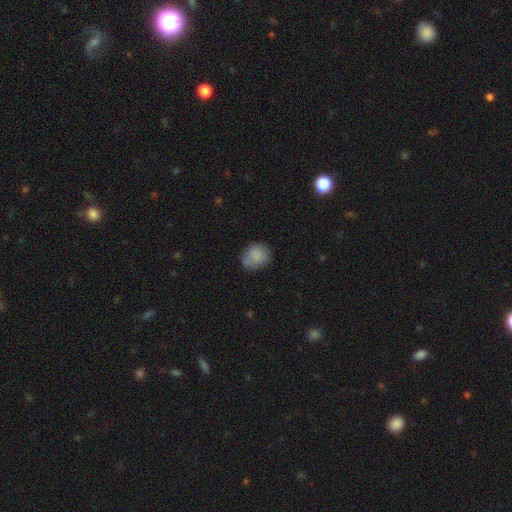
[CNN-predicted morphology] A smooth galaxy with no disk features (84%) that is round (72%). Merging: none (73%).